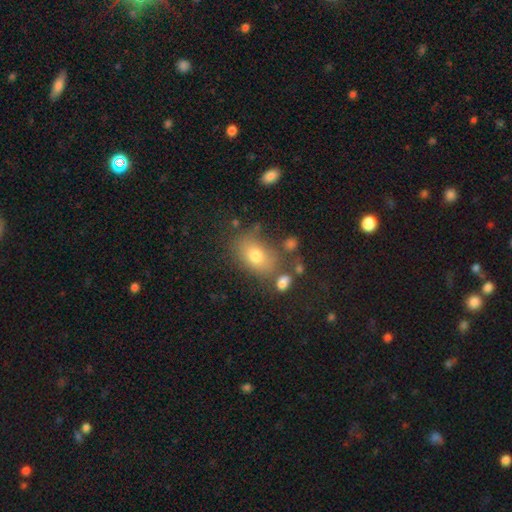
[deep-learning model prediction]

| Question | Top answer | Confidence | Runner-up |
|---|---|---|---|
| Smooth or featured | smooth | 74% | featured or disk (15%) |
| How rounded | in between | 80% | round (19%) |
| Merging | none | 66% | minor disturbance (17%) |